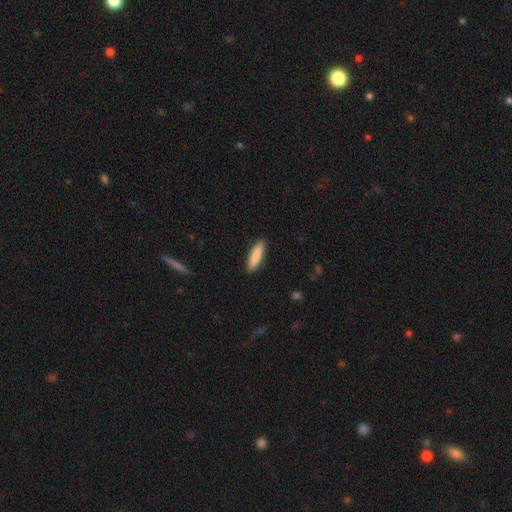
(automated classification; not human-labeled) This is clearly a smooth galaxy (87%). How rounded: likely cigar-shaped (69%). Merging: clearly none (90%).